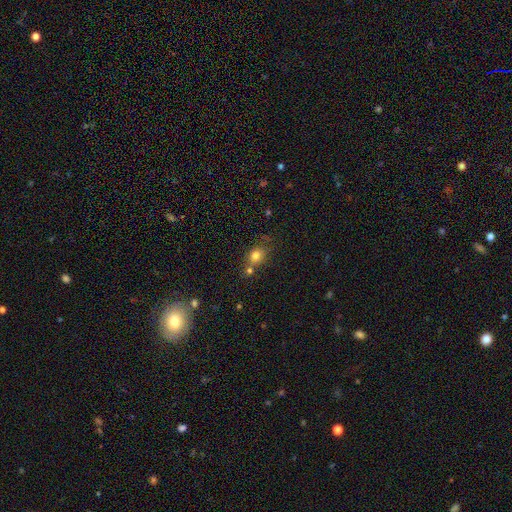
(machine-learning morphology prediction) smooth 78%, star or artifact 13%, featured or disk 9%. Down the decision tree: how rounded — round (63%); merging — none (57%).